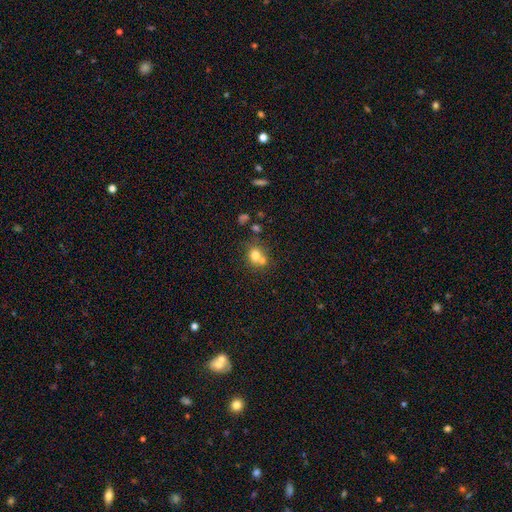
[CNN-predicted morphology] Smooth or featured?
  - smooth: 74% *
  - featured or disk: 14%
  - star or artifact: 12%
How rounded?
  - round: 72% *
  - in between: 27%
  - cigar-shaped: 1%
Merging?
  - merger: 46% *
  - none: 41%
  - minor disturbance: 10%
  - major disturbance: 4%